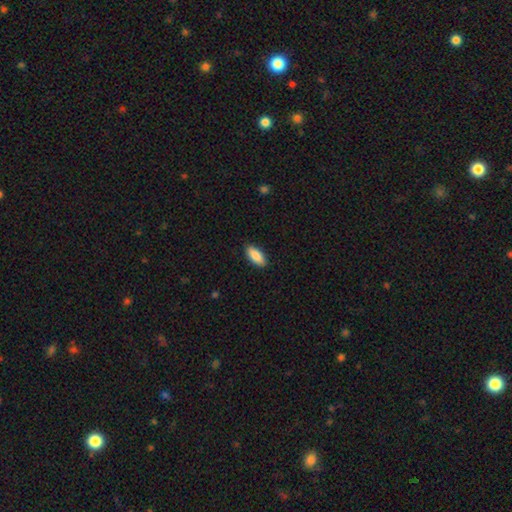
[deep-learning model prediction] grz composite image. It shows a smooth galaxy with no disk features (88%) that is in between round and cigar-shaped (87%). Merging: none (89%).